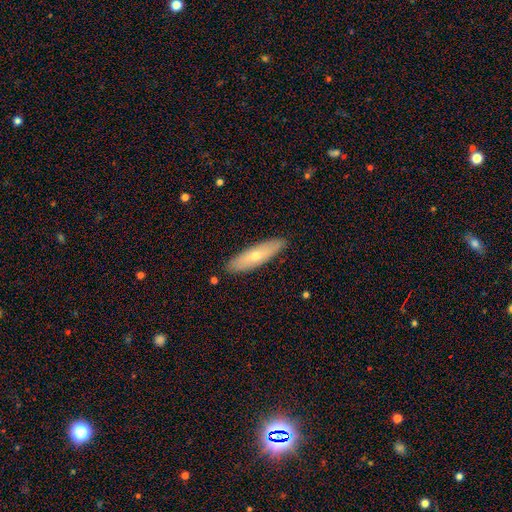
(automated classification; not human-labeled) A smooth galaxy with no disk features (56%) that is cigar-shaped (65%). Merging: none (89%).